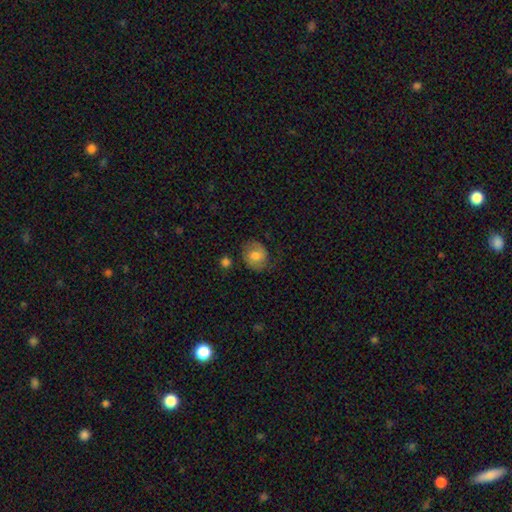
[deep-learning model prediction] This is possibly a smooth galaxy (49%). Merging: likely none (69%).